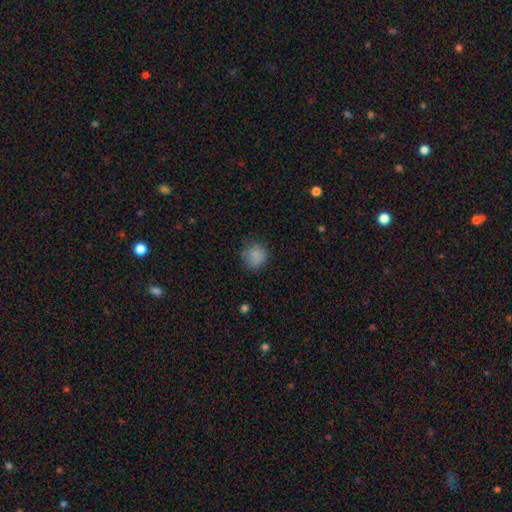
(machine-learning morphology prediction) This appears to be a smooth galaxy with no disk features (84%) that is round (83%). Merging: none (75%).